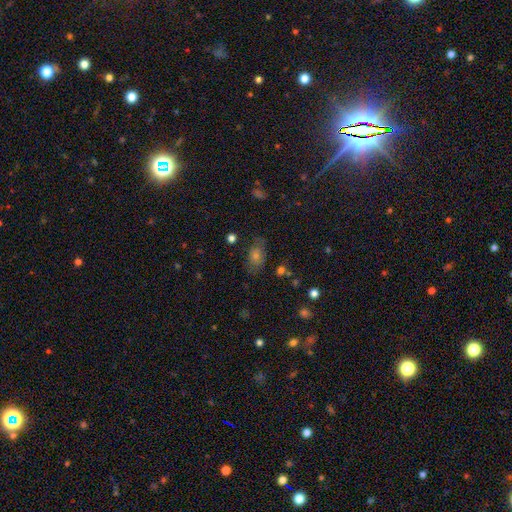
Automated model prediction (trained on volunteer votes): Smooth or featured? smooth (50%)
Merging? none (71%)